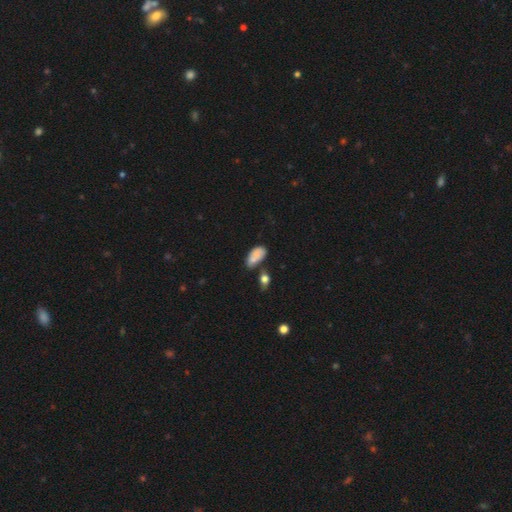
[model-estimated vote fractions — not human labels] Smooth or featured?
  - smooth: 77% *
  - featured or disk: 15%
  - star or artifact: 8%
How rounded?
  - in between: 91% *
  - cigar-shaped: 5%
  - round: 4%
Merging?
  - none: 45% *
  - minor disturbance: 25%
  - merger: 22%
  - major disturbance: 8%